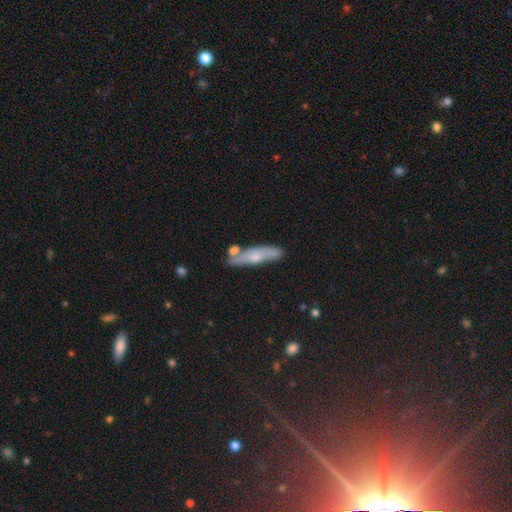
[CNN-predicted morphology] A smooth galaxy with no disk features (51%) that is cigar-shaped (74%). Merging: none (66%).